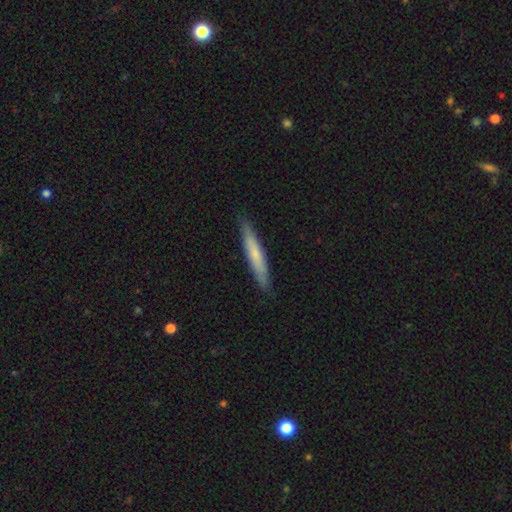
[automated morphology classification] A smooth galaxy with no disk features (64%) that is cigar-shaped (93%). Merging: none (87%).